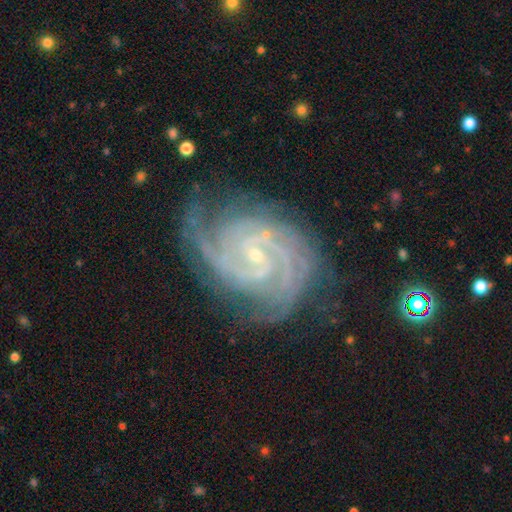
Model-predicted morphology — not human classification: Smooth or featured: featured or disk — 91% (star or artifact — 6%)
Edge-on disk: no — 98% (yes — 2%)
Bar: no — 53% (weak — 34%)
Spiral arms: yes — 99% (no — 1%)
Spiral winding: tight — 71% (medium — 26%)
Spiral arm count: 2 — 26% (3 — 22%)
Bulge size: small — 84% (moderate — 12%)
Merging: none — 72% (minor disturbance — 19%)